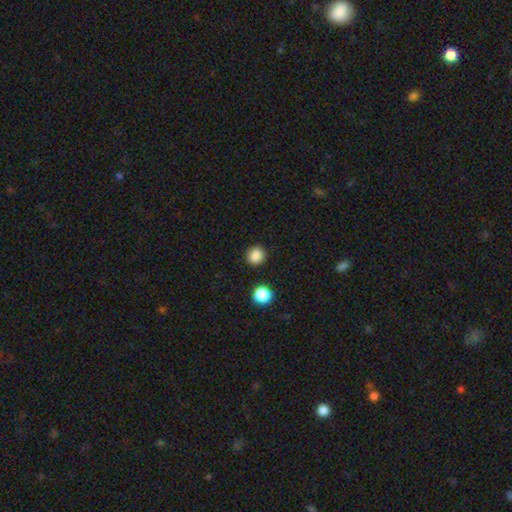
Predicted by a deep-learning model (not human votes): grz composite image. It shows a smooth galaxy with no disk features (86%) that is round (91%). Merging: none (90%).